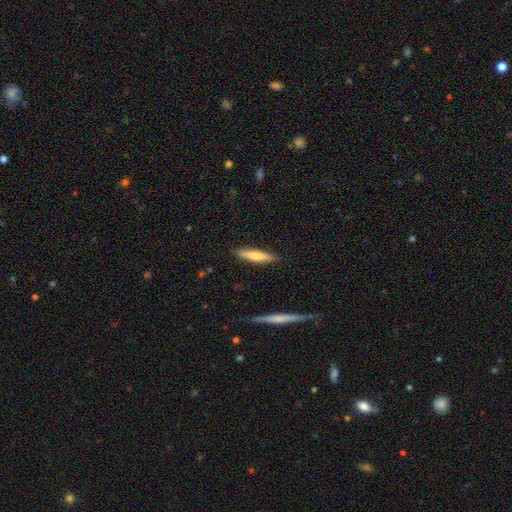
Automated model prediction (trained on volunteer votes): Overall: smooth (67%). How rounded: cigar-shaped (85%). Merging: none (87%).